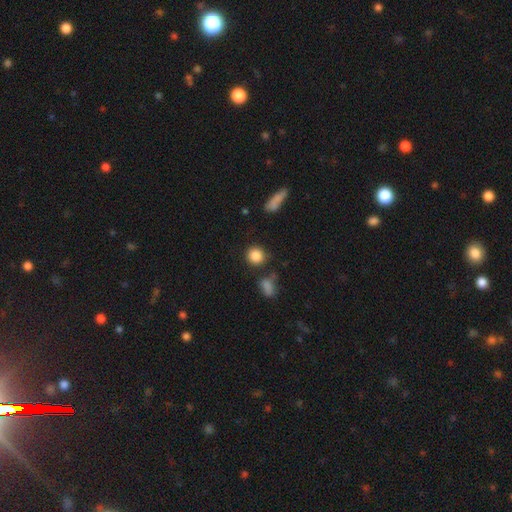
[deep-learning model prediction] Smooth or featured? smooth (86%)
How rounded? round (84%)
Merging? none (79%)